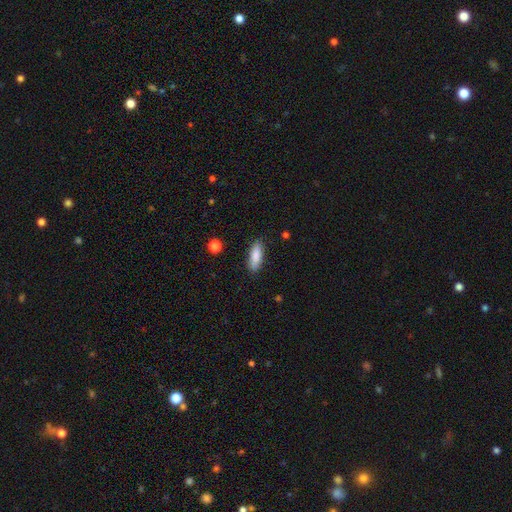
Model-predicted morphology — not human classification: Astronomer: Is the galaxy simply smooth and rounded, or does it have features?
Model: smooth — 84%.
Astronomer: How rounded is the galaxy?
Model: in between — 60% (runner-up: cigar-shaped, 39%).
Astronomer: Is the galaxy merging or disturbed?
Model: none — 84%.